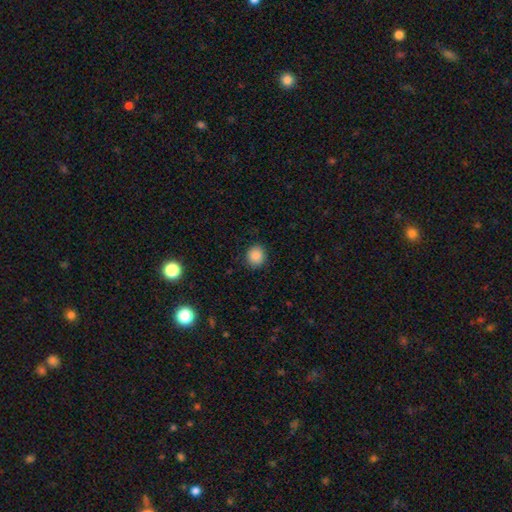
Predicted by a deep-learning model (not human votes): This appears to be a smooth galaxy with no disk features (88%) that is round (82%). Merging: none (88%).